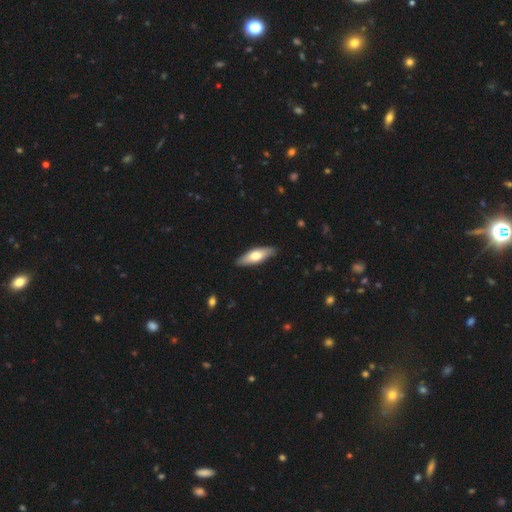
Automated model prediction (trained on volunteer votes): smooth_or_featured: smooth (p=0.63) [alt: featured or disk p=0.32]
how_rounded: in between (p=0.54) [alt: cigar-shaped p=0.44]
merging: none (p=0.88) [alt: minor disturbance p=0.09]